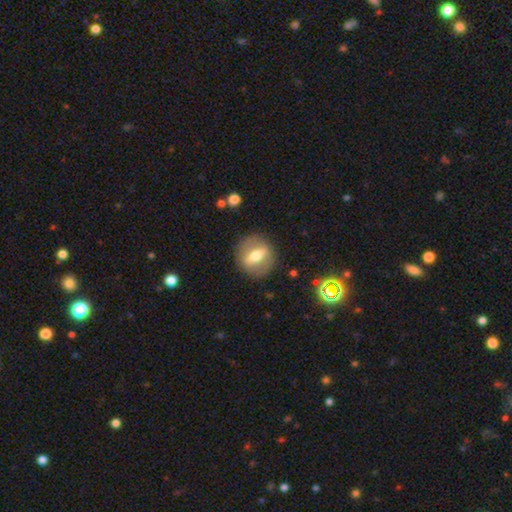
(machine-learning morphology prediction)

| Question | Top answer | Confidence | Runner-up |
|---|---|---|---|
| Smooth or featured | featured or disk | 52% | smooth (40%) |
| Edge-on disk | no | 67% | yes (33%) |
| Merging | none | 86% | minor disturbance (9%) |